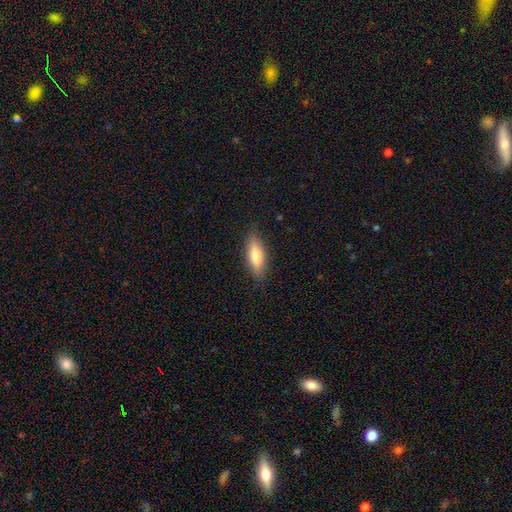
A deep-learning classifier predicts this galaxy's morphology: type=smooth (63%); roundness=in between (50%); merging=none (85%).